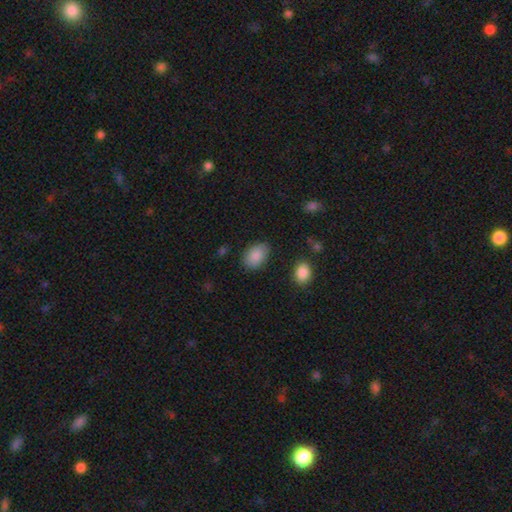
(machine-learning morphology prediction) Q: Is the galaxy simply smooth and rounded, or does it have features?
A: smooth — 89%.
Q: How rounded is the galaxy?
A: in between — 87%.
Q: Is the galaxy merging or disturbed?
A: none — 83%.